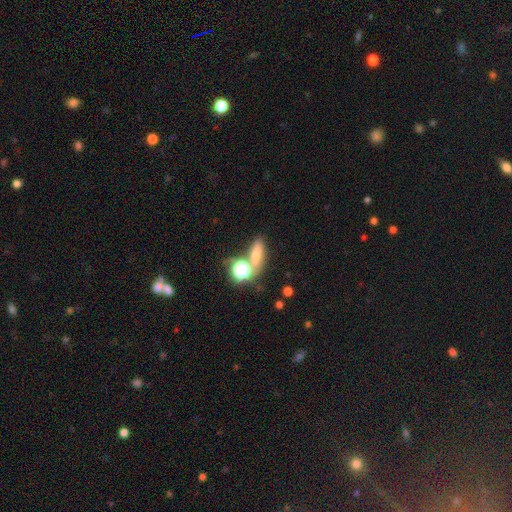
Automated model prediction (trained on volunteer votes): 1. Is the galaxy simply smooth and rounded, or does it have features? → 64% smooth, 23% star or artifact, 14% featured or disk.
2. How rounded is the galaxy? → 53% in between, 24% round, 23% cigar-shaped.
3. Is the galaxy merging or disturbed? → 57% none, 24% merger, 13% minor disturbance, 6% major disturbance.